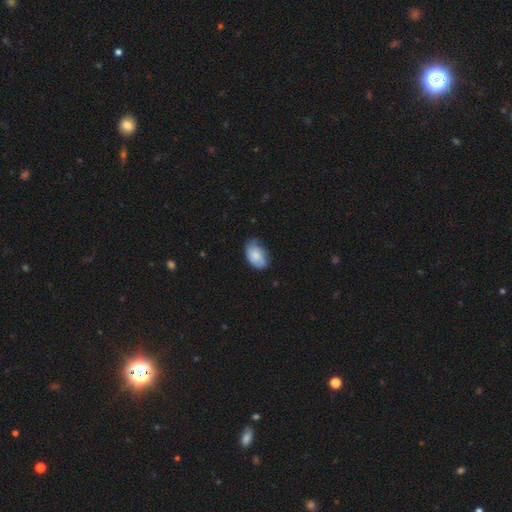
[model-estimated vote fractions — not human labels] smooth 76%, featured or disk 18%, star or artifact 6%. Down the decision tree: how rounded — in between (89%); merging — none (64%).